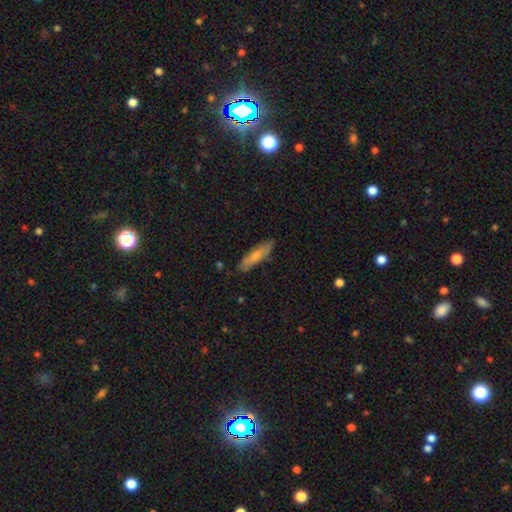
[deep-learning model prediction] Smooth or featured: smooth — 55% (featured or disk — 38%)
How rounded: cigar-shaped — 74% (in between — 24%)
Merging: none — 85% (minor disturbance — 11%)